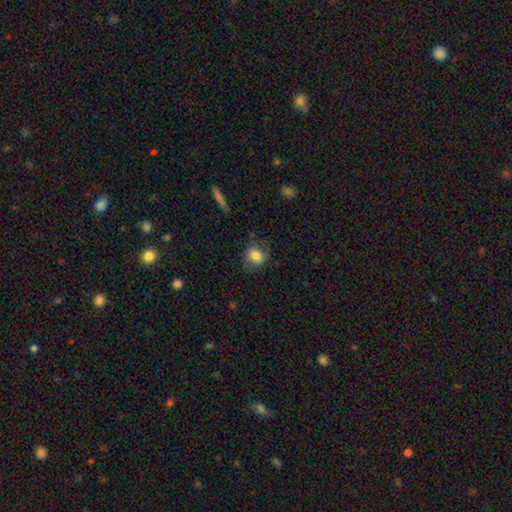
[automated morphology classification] Smooth or featured? smooth (72%)
How rounded? round (60%)
Merging? none (65%)